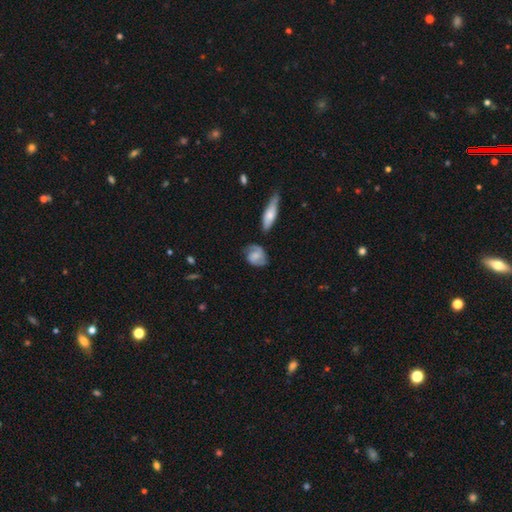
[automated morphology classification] Smooth or featured? Predicted: featured or disk (p=0.58). Edge-on disk? Predicted: no (p=0.95). Bar? Predicted: no (p=0.53). Spiral arms? Predicted: yes (p=0.90). Bulge size? Predicted: small (p=0.36). Merging? Predicted: none (p=0.68).